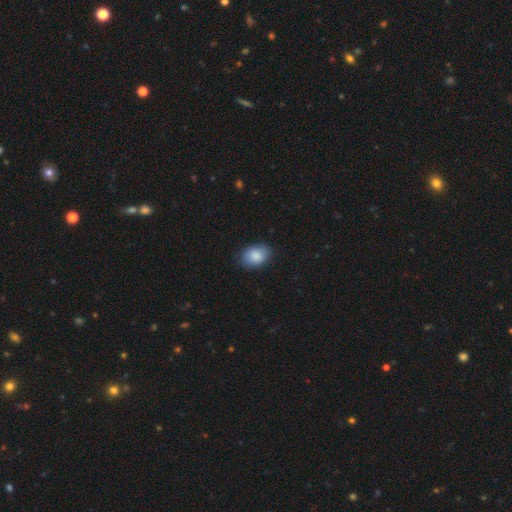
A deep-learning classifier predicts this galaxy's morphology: smooth 88%, star or artifact 7%, featured or disk 5%. Down the decision tree: how rounded — in between (77%); merging — none (83%).